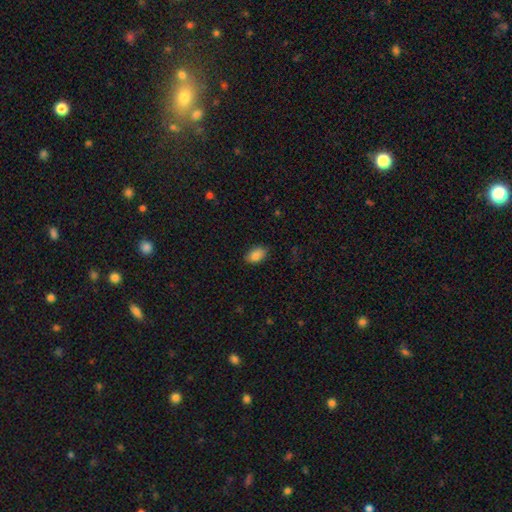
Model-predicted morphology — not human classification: Smooth or featured?
  - smooth: 85% *
  - star or artifact: 8%
  - featured or disk: 7%
How rounded?
  - in between: 90% *
  - round: 9%
  - cigar-shaped: 1%
Merging?
  - none: 85% *
  - minor disturbance: 12%
  - major disturbance: 2%
  - merger: 1%